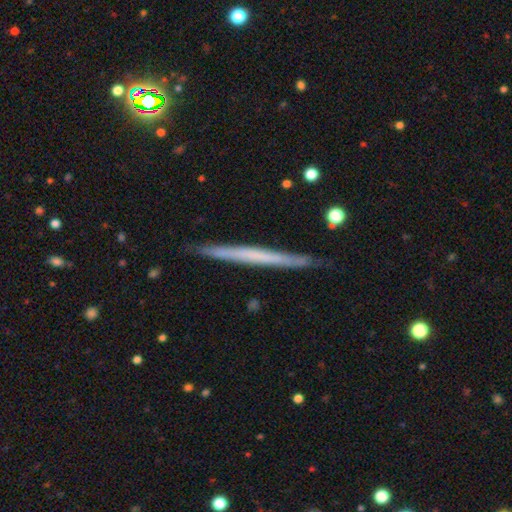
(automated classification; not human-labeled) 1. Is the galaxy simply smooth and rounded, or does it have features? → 54% featured or disk, 40% smooth, 6% star or artifact.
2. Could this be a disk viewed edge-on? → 97% yes, 3% no.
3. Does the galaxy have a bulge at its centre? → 90% none, 6% rounded, 4% boxy.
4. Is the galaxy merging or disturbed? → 90% none, 8% minor disturbance, 1% major disturbance, 1% merger.